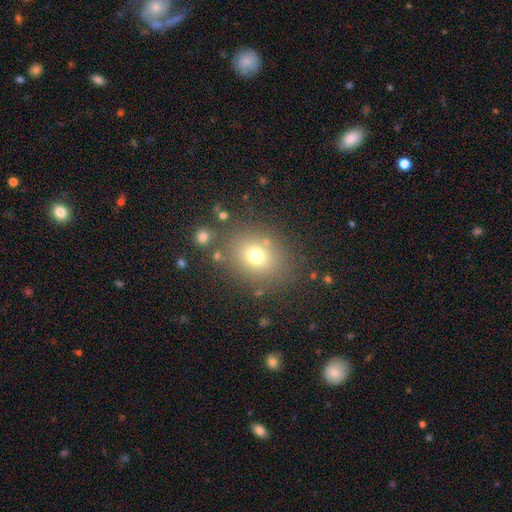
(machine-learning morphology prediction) The model was most divided on "how rounded": round: 62%, in between: 37%, cigar-shaped: 1%. More confident: merging — none (80%); smooth or featured — smooth (71%).